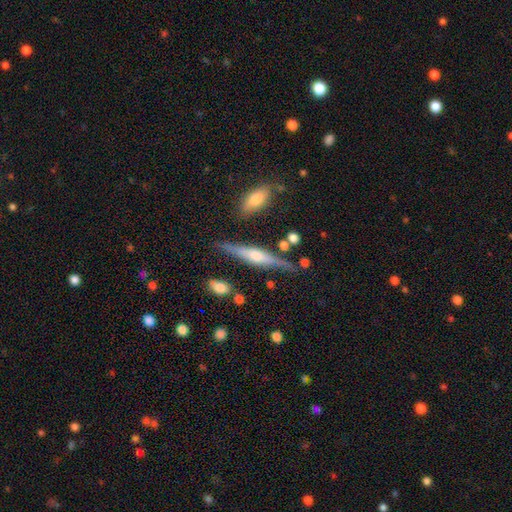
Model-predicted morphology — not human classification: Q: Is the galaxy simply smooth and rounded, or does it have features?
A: featured or disk — 70%.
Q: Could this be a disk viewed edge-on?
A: yes — 96%.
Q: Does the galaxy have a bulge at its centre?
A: rounded — 80%.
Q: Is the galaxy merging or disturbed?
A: none — 79%.